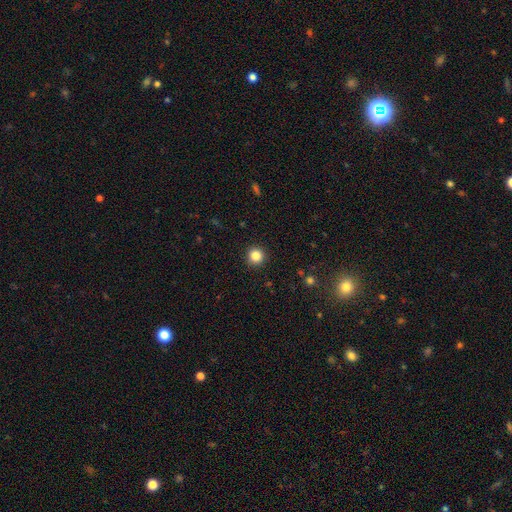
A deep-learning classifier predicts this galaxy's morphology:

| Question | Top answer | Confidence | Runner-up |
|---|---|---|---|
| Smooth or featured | smooth | 85% | star or artifact (11%) |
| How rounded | round | 94% | in between (5%) |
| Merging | none | 92% | minor disturbance (5%) |